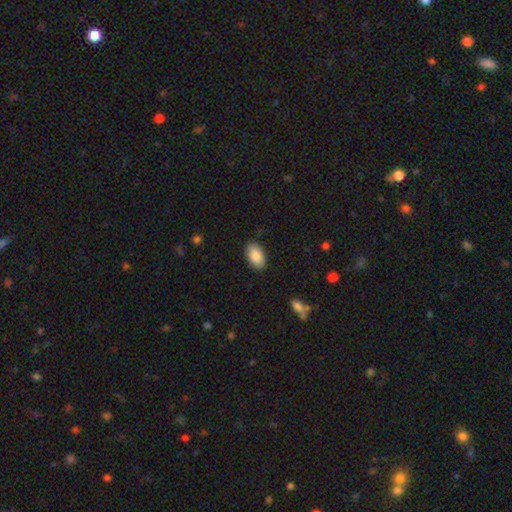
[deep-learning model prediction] Smooth or featured? Predicted: smooth (p=0.88). How rounded? Predicted: in between (p=0.94). Merging? Predicted: none (p=0.87).